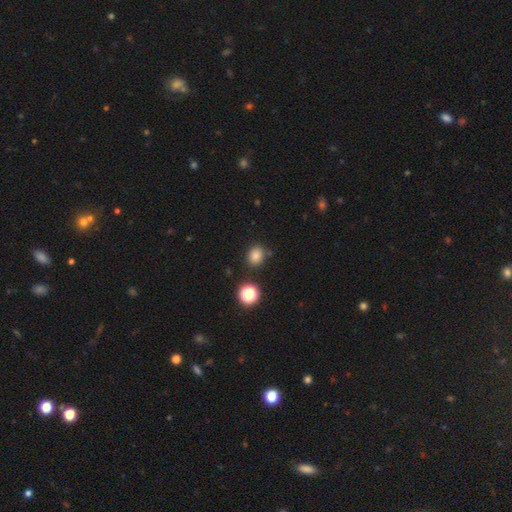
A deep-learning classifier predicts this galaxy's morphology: This is clearly a smooth galaxy (81%). How rounded: possibly round (56%). Merging: clearly none (81%).